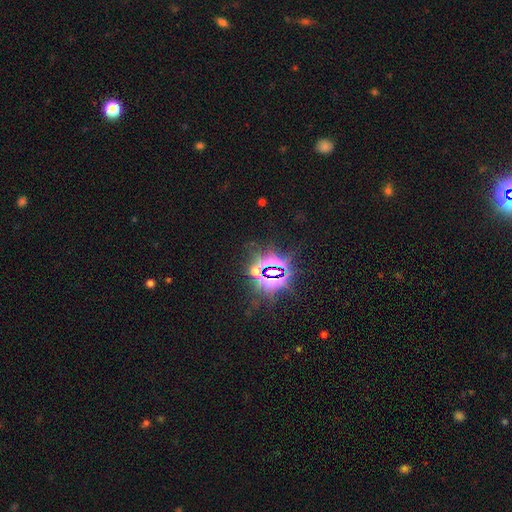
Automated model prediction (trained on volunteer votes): Overall: star or artifact (83%).